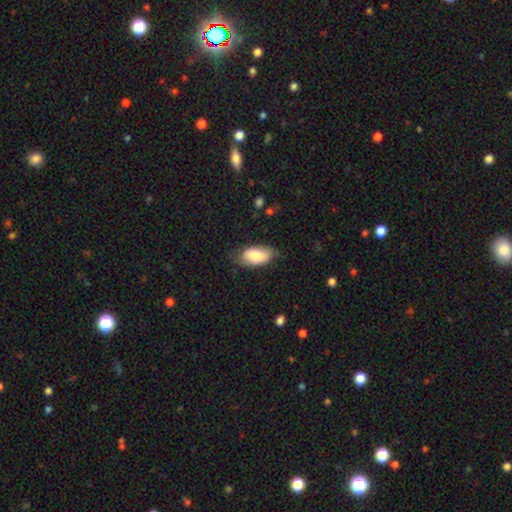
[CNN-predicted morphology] smooth 80%, featured or disk 14%, star or artifact 6%. Down the decision tree: how rounded — in between (93%); merging — none (65%).